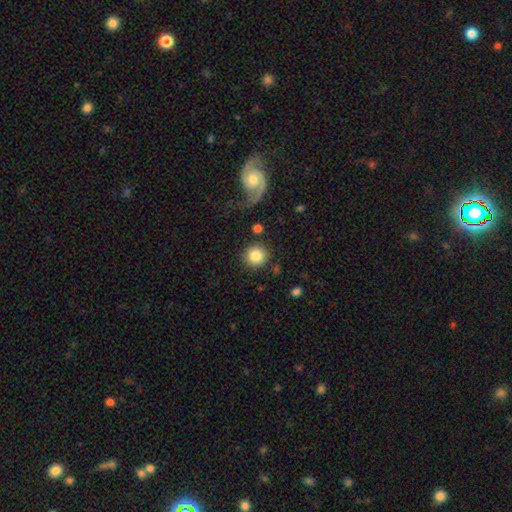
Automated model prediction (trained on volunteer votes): The model was most divided on "merging": none: 84%, minor disturbance: 8%, merger: 4%, major disturbance: 4%. More confident: how rounded — round (93%); smooth or featured — smooth (84%).